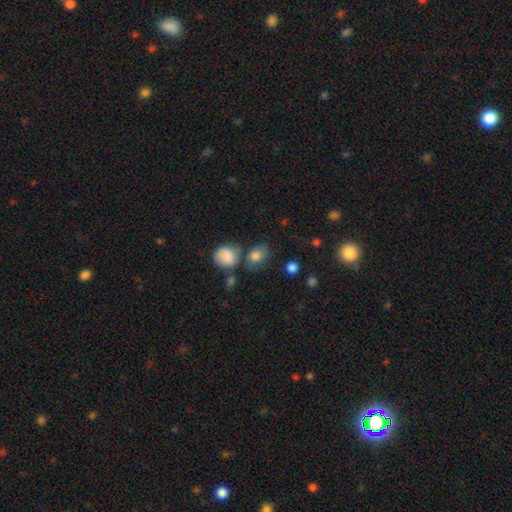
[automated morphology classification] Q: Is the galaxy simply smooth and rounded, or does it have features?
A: smooth — 82%.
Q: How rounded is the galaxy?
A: in between — 63%.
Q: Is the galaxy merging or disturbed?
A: none — 59%.